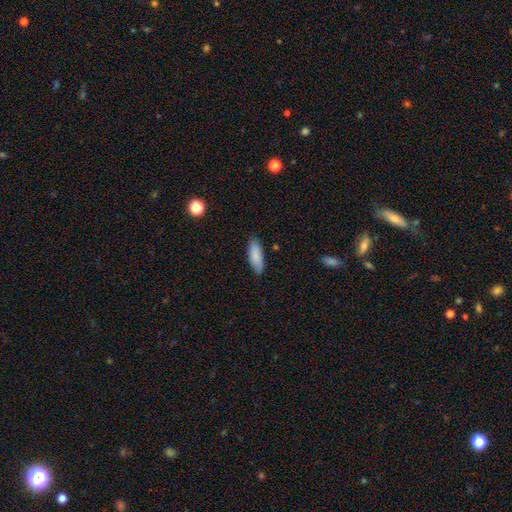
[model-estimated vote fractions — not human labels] smooth_or_featured: smooth (p=0.88) [alt: featured or disk p=0.06]
how_rounded: in between (p=0.62) [alt: cigar-shaped p=0.36]
merging: none (p=0.85) [alt: minor disturbance p=0.11]